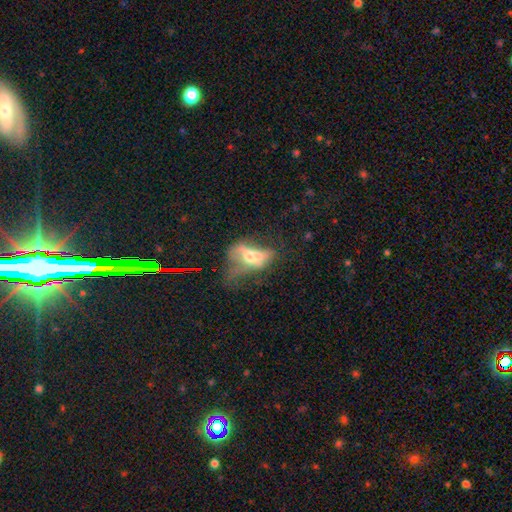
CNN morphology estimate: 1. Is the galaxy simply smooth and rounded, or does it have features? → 51% featured or disk, 37% smooth, 12% star or artifact.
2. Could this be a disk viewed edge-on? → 79% no, 21% yes.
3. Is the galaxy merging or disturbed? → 47% major disturbance, 25% none, 20% minor disturbance, 9% merger.